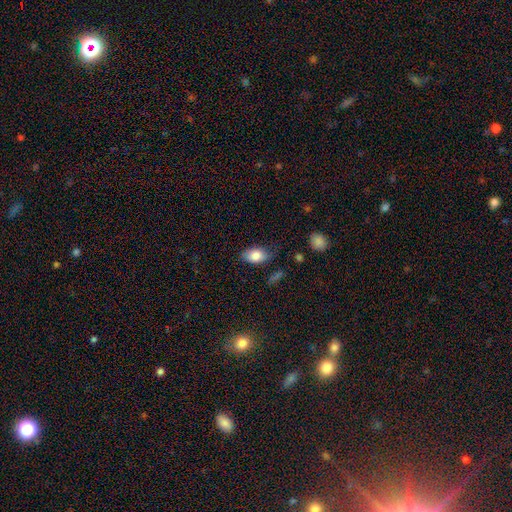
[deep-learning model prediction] This is clearly a smooth galaxy (80%). How rounded: clearly in between (91%). Merging: likely none (68%).